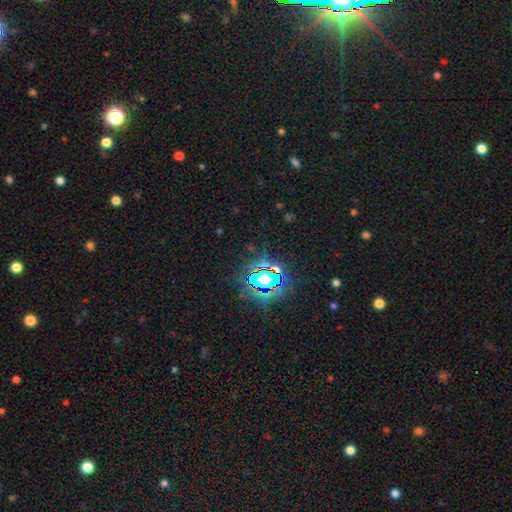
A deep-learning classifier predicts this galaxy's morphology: This is clearly a star or artifact rather than a galaxy (84%).